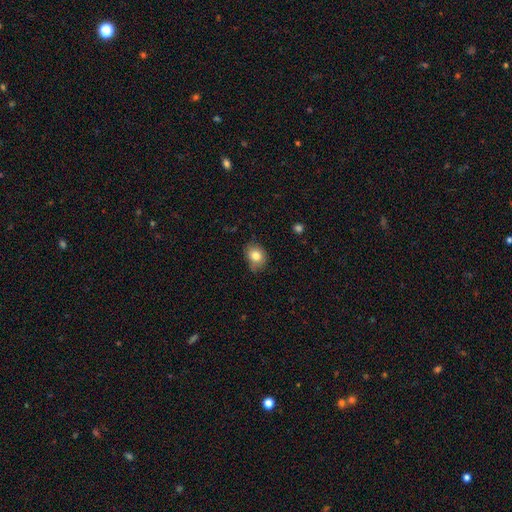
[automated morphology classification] smooth_or_featured: smooth (p=0.81) [alt: star or artifact p=0.10]
how_rounded: in between (p=0.52) [alt: round p=0.47]
merging: none (p=0.70) [alt: minor disturbance p=0.25]